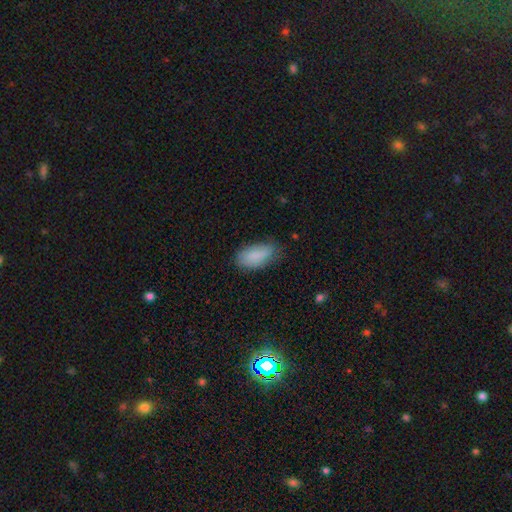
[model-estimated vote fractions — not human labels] Smooth or featured? Predicted: smooth (p=0.85). How rounded? Predicted: in between (p=0.91). Merging? Predicted: none (p=0.66).